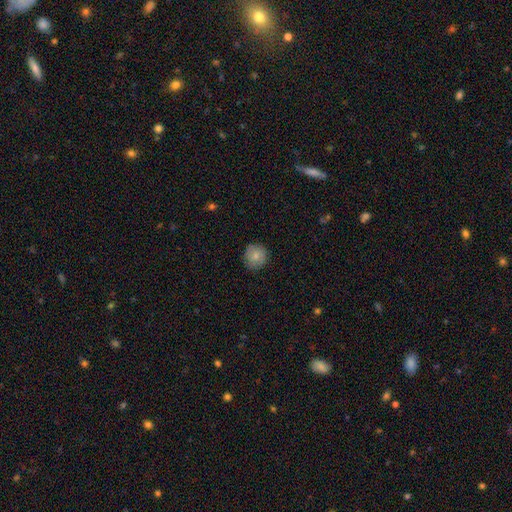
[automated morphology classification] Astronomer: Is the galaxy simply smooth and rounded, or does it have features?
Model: smooth — 81%.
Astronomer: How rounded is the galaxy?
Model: round — 91%.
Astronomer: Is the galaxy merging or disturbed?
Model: none — 86%.